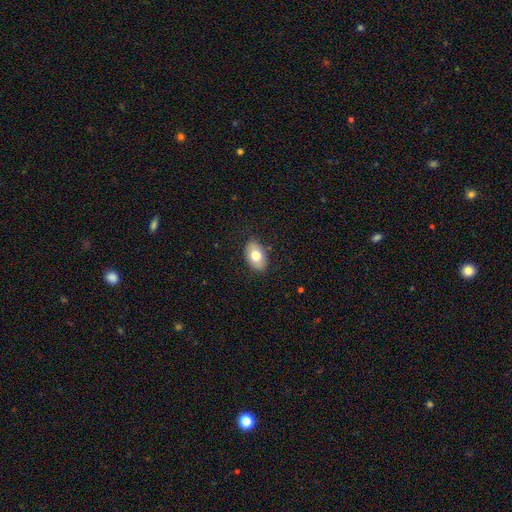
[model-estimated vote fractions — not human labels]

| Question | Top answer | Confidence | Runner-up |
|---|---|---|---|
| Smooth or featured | smooth | 74% | featured or disk (19%) |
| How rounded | in between | 89% | round (9%) |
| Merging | none | 83% | minor disturbance (13%) |